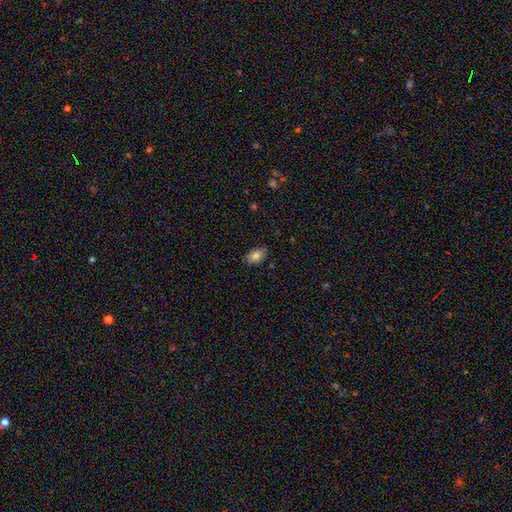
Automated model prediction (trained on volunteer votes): smooth-or-featured: smooth: 84% | star or artifact: 9% | featured or disk: 7%
  how-rounded: in between: 82% | round: 17% | cigar-shaped: 1%
  merging: none: 83% | minor disturbance: 14% | major disturbance: 2% | merger: 1%